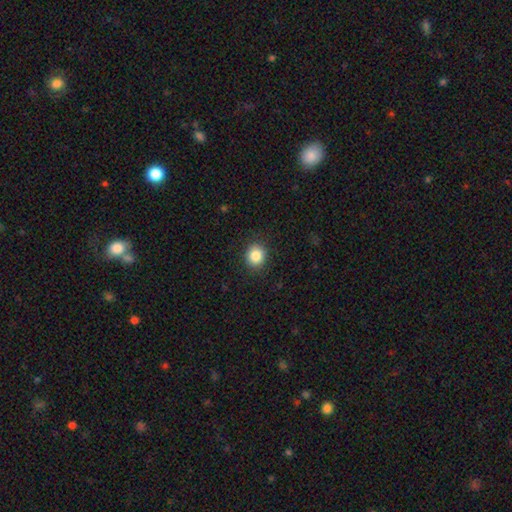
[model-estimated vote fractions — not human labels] The model was most divided on "how rounded": round: 77%, in between: 22%, cigar-shaped: 1%. More confident: merging — none (89%); smooth or featured — smooth (85%).